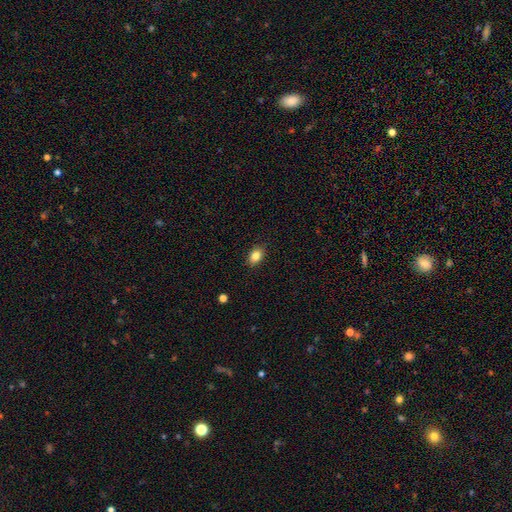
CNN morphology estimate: Smooth or featured: smooth — 84% (star or artifact — 9%)
How rounded: in between — 78% (round — 21%)
Merging: none — 88% (minor disturbance — 9%)